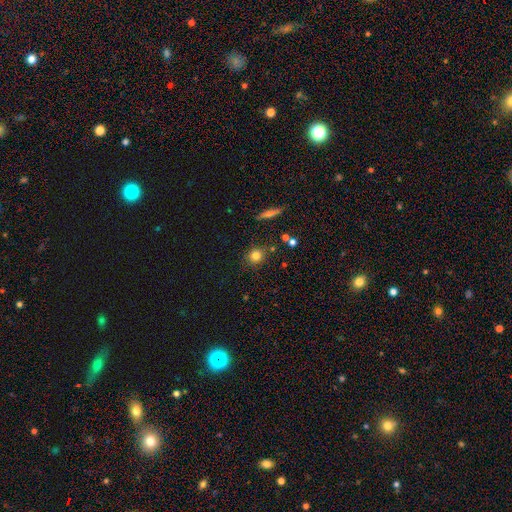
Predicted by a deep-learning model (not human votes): Smooth or featured?
  - smooth: 80% *
  - star or artifact: 12%
  - featured or disk: 8%
How rounded?
  - round: 85% *
  - in between: 13%
  - cigar-shaped: 2%
Merging?
  - none: 84% *
  - minor disturbance: 10%
  - merger: 4%
  - major disturbance: 3%